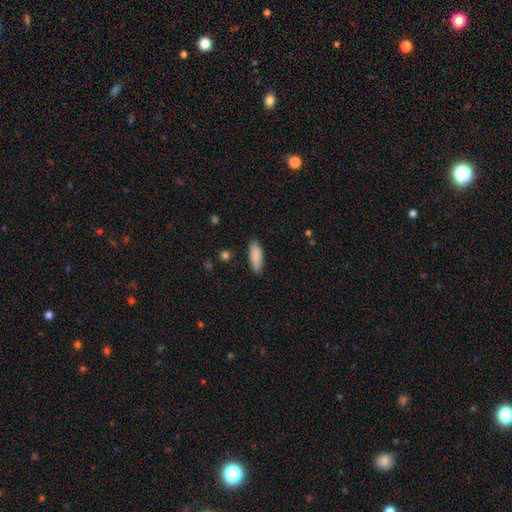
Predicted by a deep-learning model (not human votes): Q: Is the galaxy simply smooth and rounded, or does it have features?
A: smooth — 88%.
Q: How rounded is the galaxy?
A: in between — 67%.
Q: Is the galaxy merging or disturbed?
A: none — 82%.